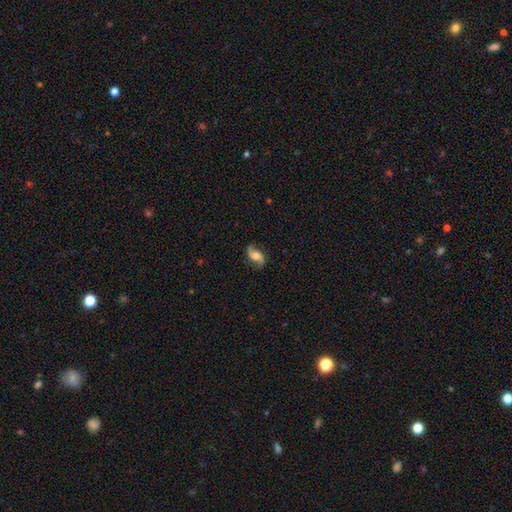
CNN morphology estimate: A featured or disk galaxy (63%) with no bar (58%), 2 (91%) loose (70%) spiral arms (91%) and a moderate central bulge (50%). Merging: none (78%).